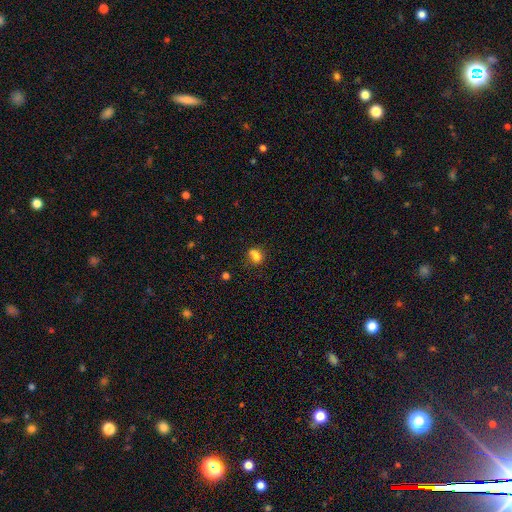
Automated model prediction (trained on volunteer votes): The model was most divided on "merging": none: 55%, minor disturbance: 23%, merger: 12%, major disturbance: 9%. More confident: smooth or featured — smooth (77%); how rounded — in between (65%).